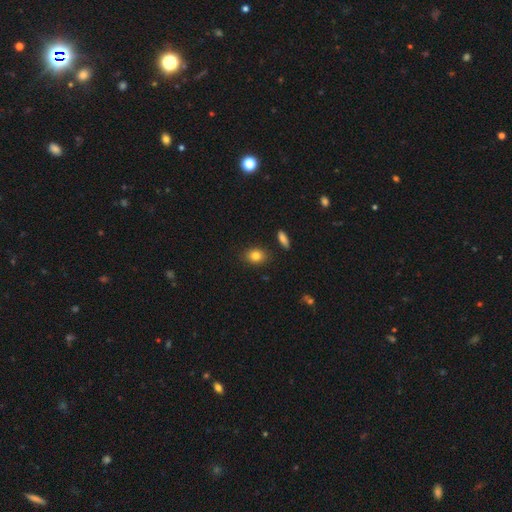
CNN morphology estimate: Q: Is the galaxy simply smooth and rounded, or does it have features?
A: smooth — 83%.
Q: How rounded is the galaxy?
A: in between — 62%.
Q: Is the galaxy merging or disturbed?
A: none — 86%.